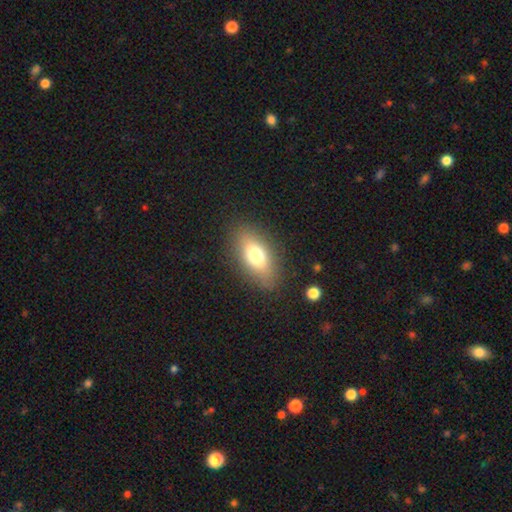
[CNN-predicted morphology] A smooth galaxy with no disk features (72%) that is in between round and cigar-shaped (85%).

Vote fractions:
- Smooth or featured? smooth: 72% / featured or disk: 18% / star or artifact: 10%
- How rounded? in between: 85% / round: 8% / cigar-shaped: 7%
- Merging? none: 84% / minor disturbance: 10% / major disturbance: 4% / merger: 1%